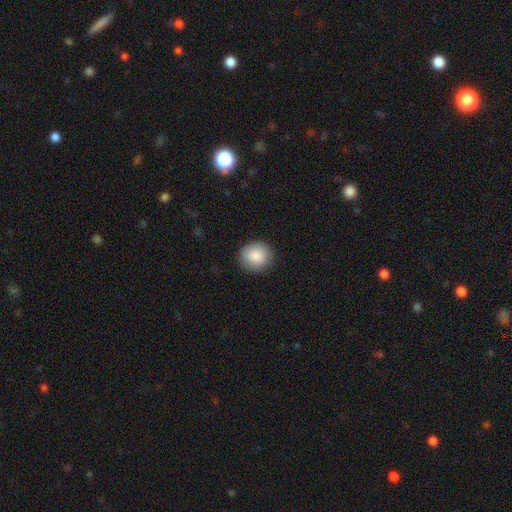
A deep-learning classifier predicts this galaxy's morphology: type=smooth (87%); roundness=round (89%); merging=none (88%).